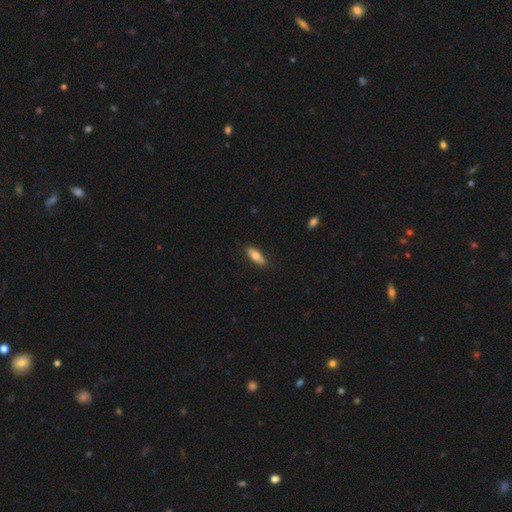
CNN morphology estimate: smooth-or-featured: smooth: 64% | featured or disk: 30% | star or artifact: 6%
  how-rounded: in between: 58% | cigar-shaped: 39% | round: 3%
  merging: none: 84% | minor disturbance: 12% | major disturbance: 2% | merger: 1%